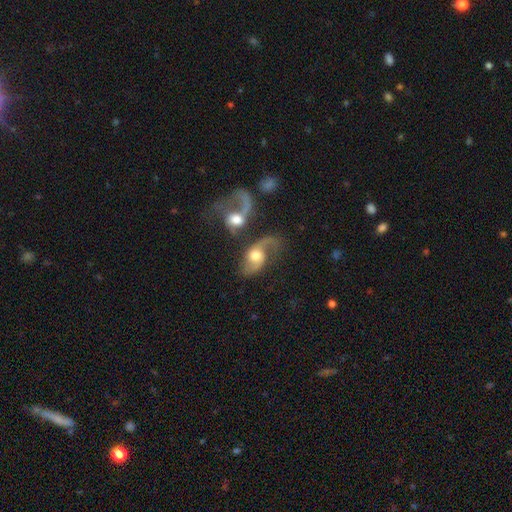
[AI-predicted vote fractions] Overall: featured or disk (73%). Edge-on disk: no (96%). Bar: no (63%; weak 30%). Spiral arms: yes (88%). Spiral arm count: 2 (74%). Spiral winding: loose (61%; medium 31%). Bulge size: moderate (65%). Merging: merger (46%; none 26%).